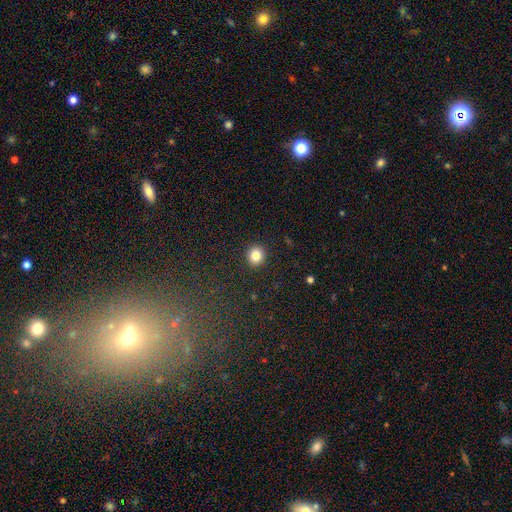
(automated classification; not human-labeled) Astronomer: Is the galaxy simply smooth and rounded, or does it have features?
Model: smooth — 83%.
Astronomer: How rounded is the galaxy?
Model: round — 83%.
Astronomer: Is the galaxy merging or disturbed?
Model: none — 92%.